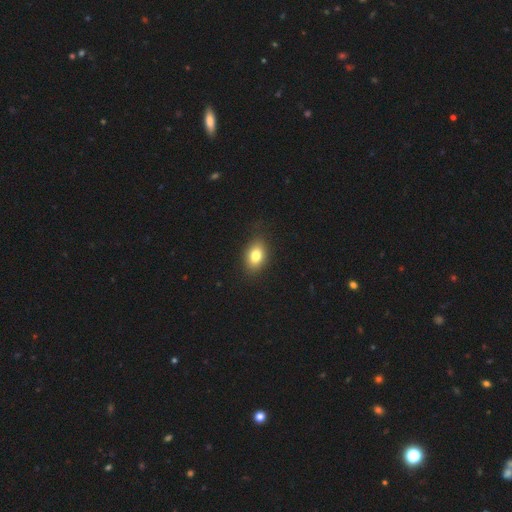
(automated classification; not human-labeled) smooth 79%, featured or disk 11%, star or artifact 9%. Down the decision tree: how rounded — in between (80%); merging — none (85%).